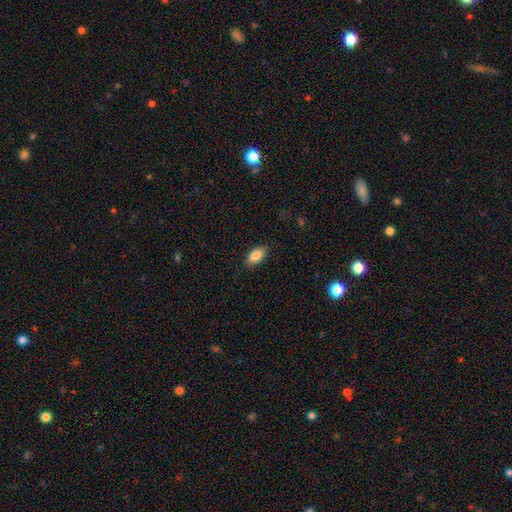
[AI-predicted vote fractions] smooth 87%, star or artifact 7%, featured or disk 6%. Down the decision tree: how rounded — in between (91%); merging — none (86%).